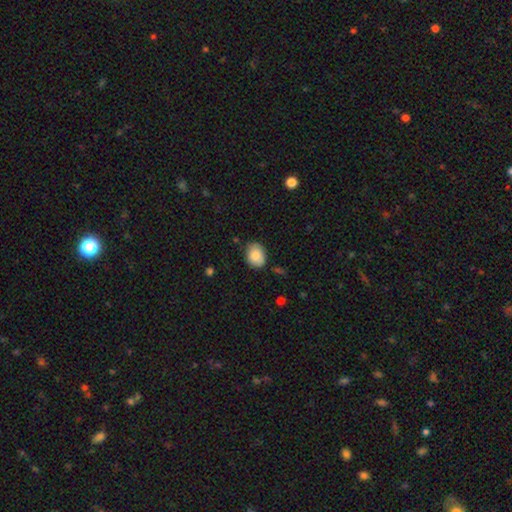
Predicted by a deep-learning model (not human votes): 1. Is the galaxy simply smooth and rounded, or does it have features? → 87% smooth, 7% star or artifact, 6% featured or disk.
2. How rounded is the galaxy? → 65% in between, 34% round, 1% cigar-shaped.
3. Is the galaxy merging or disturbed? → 78% none, 17% minor disturbance, 3% major disturbance, 2% merger.